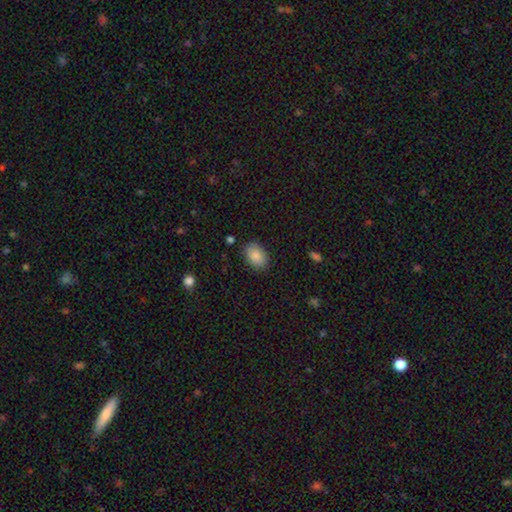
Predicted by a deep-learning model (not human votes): A smooth galaxy with no disk features (88%) that is in between round and cigar-shaped (81%).

Vote fractions:
- Smooth or featured? smooth: 88% / star or artifact: 7% / featured or disk: 5%
- How rounded? in between: 81% / round: 18% / cigar-shaped: 1%
- Merging? none: 85% / minor disturbance: 11% / major disturbance: 3% / merger: 1%